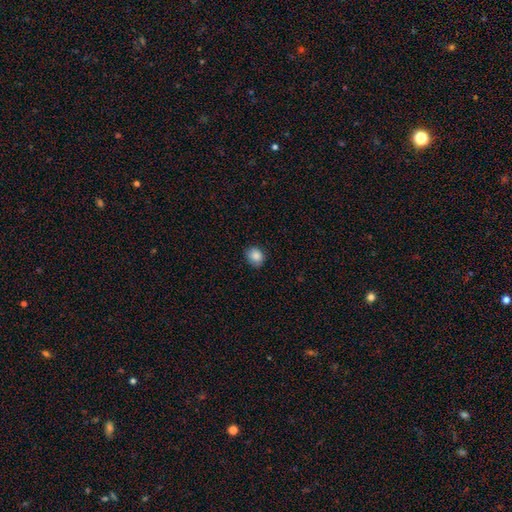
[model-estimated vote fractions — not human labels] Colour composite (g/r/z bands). It shows a smooth galaxy with no disk features (87%) that is round (64%). Merging: none (80%).